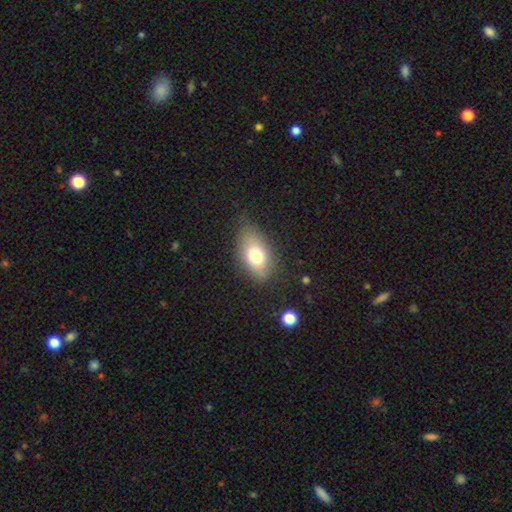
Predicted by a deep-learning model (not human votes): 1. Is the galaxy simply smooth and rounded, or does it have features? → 71% smooth, 20% featured or disk, 9% star or artifact.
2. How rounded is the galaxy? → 88% in between, 9% round, 3% cigar-shaped.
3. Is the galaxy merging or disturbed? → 74% none, 19% minor disturbance, 6% major disturbance, 1% merger.